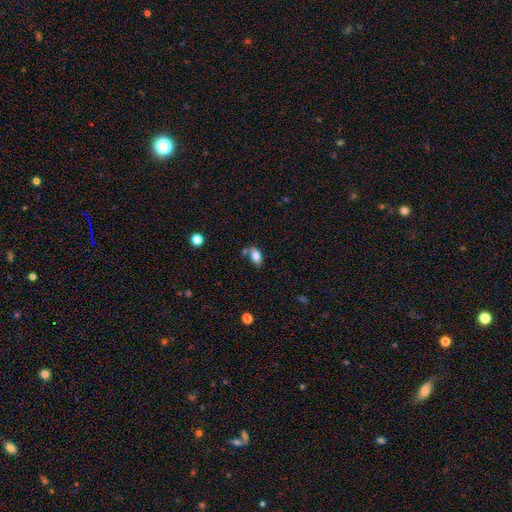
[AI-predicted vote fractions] smooth-or-featured: smooth: 82% | featured or disk: 10% | star or artifact: 9%
  how-rounded: in between: 90% | round: 6% | cigar-shaped: 4%
  merging: none: 61% | merger: 18% | minor disturbance: 16% | major disturbance: 5%